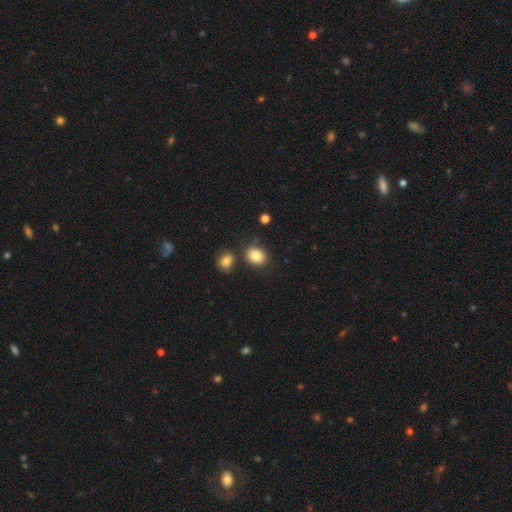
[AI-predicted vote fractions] Smooth or featured? smooth (84%)
How rounded? in between (62%)
Merging? none (73%)